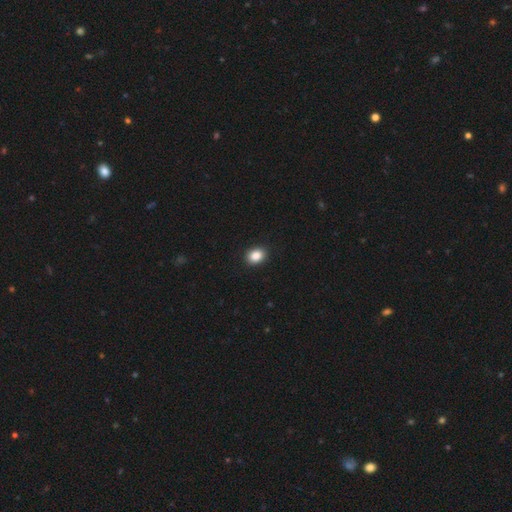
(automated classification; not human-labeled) Smooth or featured? smooth (88%)
How rounded? in between (59%)
Merging? none (91%)